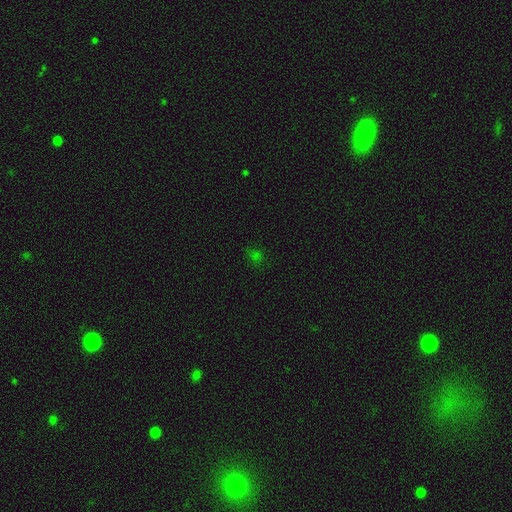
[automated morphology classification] This is possibly a star or artifact rather than a galaxy (47%).